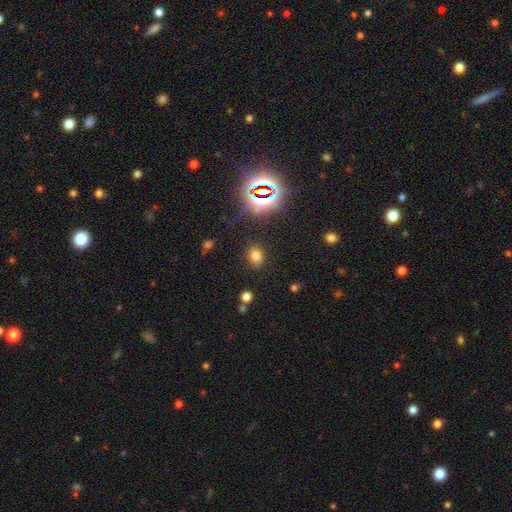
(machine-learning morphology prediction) The model was most divided on "how rounded": in between: 67%, round: 32%, cigar-shaped: 2%. More confident: merging — none (83%); smooth or featured — smooth (70%).